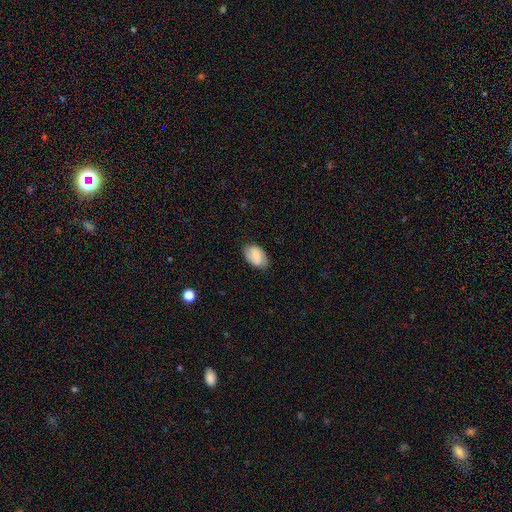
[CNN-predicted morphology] smooth_or_featured: smooth (p=0.54) [alt: featured or disk p=0.39]
how_rounded: in between (p=0.91) [alt: round p=0.07]
merging: none (p=0.80) [alt: minor disturbance p=0.16]